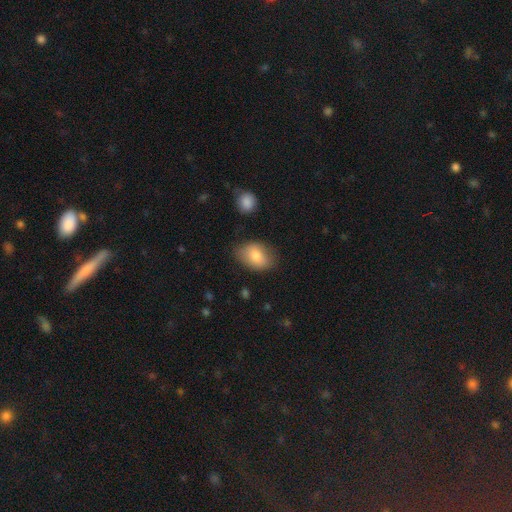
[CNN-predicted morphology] This is clearly a smooth galaxy (81%). How rounded: clearly in between (83%). Merging: likely none (74%).